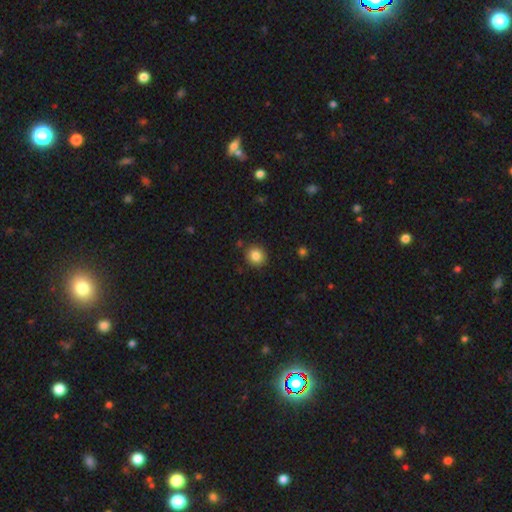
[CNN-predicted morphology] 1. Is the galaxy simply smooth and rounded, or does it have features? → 84% smooth, 10% star or artifact, 5% featured or disk.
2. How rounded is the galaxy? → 84% round, 15% in between, 1% cigar-shaped.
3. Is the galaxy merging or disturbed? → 88% none, 7% minor disturbance, 2% merger, 2% major disturbance.